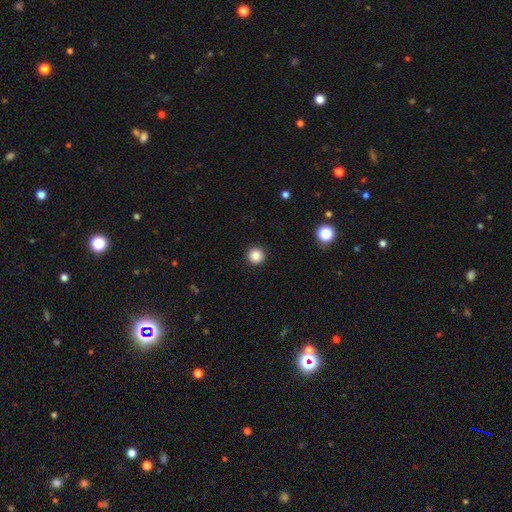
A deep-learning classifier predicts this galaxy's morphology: Smooth or featured? Predicted: smooth (p=0.87). How rounded? Predicted: round (p=0.95). Merging? Predicted: none (p=0.93).